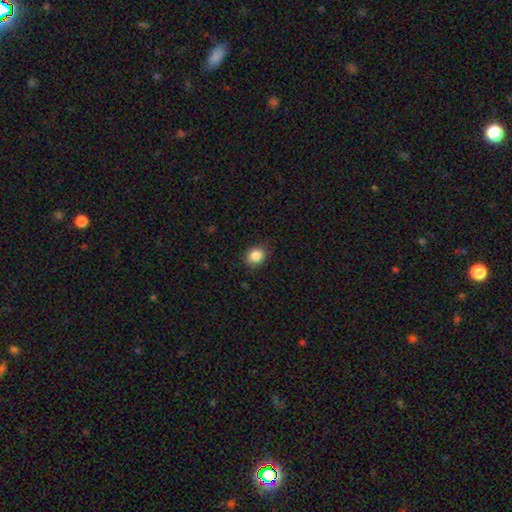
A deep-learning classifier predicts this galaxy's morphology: smooth 86%, star or artifact 9%, featured or disk 5%. Down the decision tree: how rounded — round (59%); merging — none (86%).